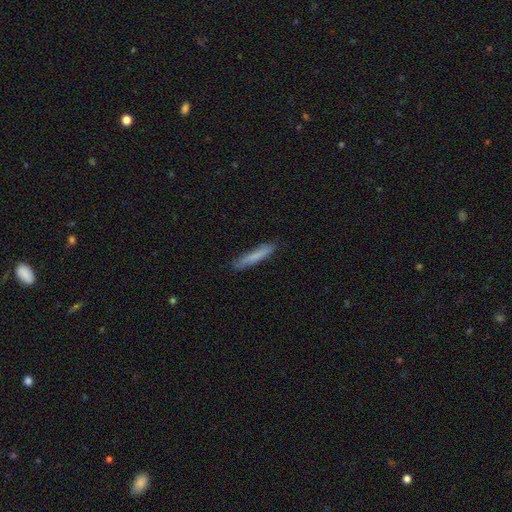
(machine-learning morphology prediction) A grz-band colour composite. It shows a smooth galaxy with no disk features (76%) that is cigar-shaped (93%). Merging: none (85%).